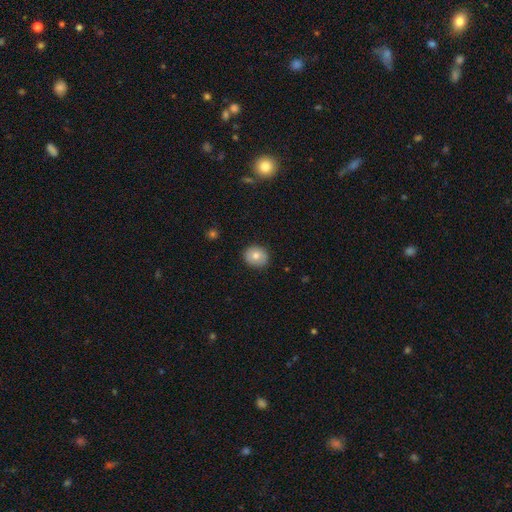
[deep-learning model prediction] Smooth or featured?
  - smooth: 76% *
  - featured or disk: 15%
  - star or artifact: 8%
How rounded?
  - round: 75% *
  - in between: 24%
  - cigar-shaped: 1%
Merging?
  - none: 88% *
  - minor disturbance: 9%
  - major disturbance: 2%
  - merger: 1%